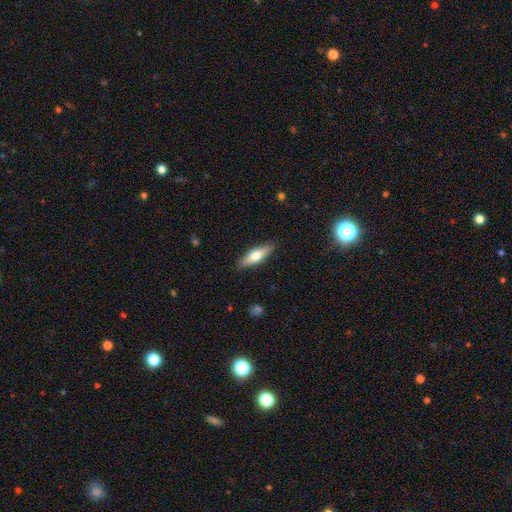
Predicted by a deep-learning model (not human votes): smooth 55%, featured or disk 39%, star or artifact 6%. Down the decision tree: how rounded — cigar-shaped (57%); merging — none (88%).